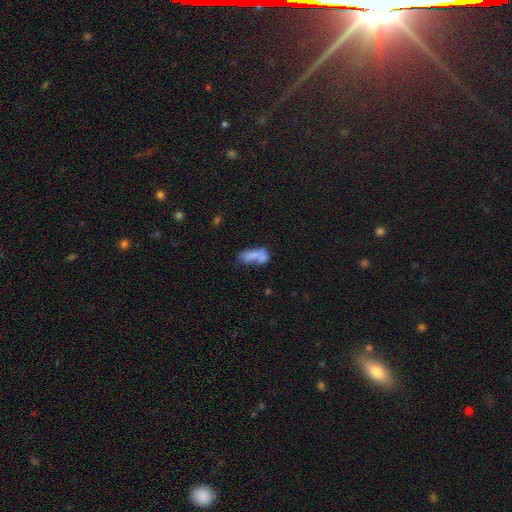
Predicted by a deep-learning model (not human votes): The model was most divided on "merging": merger: 45%, none: 24%, major disturbance: 16%, minor disturbance: 15%. More confident: how rounded — in between (77%); smooth or featured — smooth (65%).